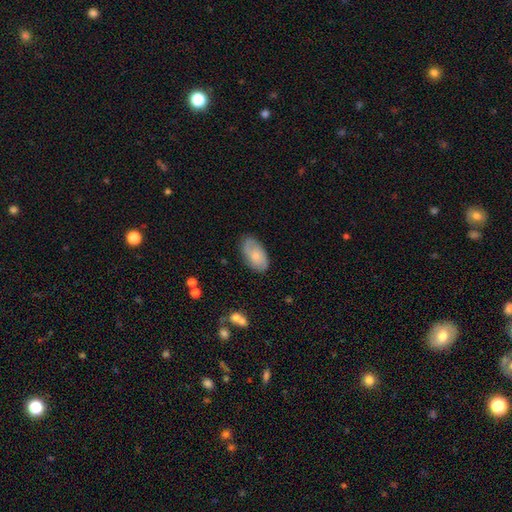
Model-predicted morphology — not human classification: smooth-or-featured: smooth: 54% | featured or disk: 39% | star or artifact: 7%
  how-rounded: in between: 93% | round: 5% | cigar-shaped: 2%
  merging: none: 77% | minor disturbance: 17% | major disturbance: 4% | merger: 1%